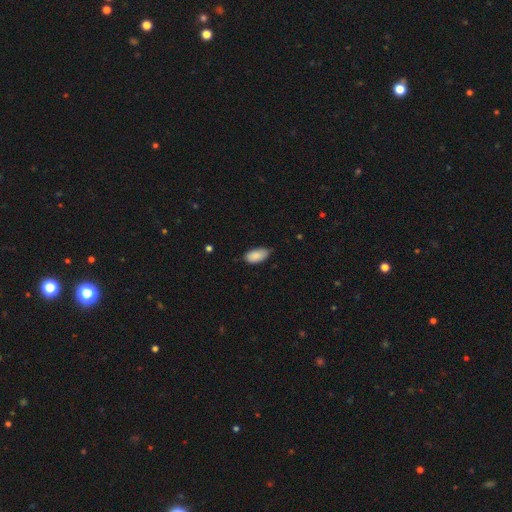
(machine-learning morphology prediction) The model was most divided on "merging": none: 70%, minor disturbance: 25%, major disturbance: 3%, merger: 1%. More confident: how rounded — in between (94%); smooth or featured — smooth (88%).